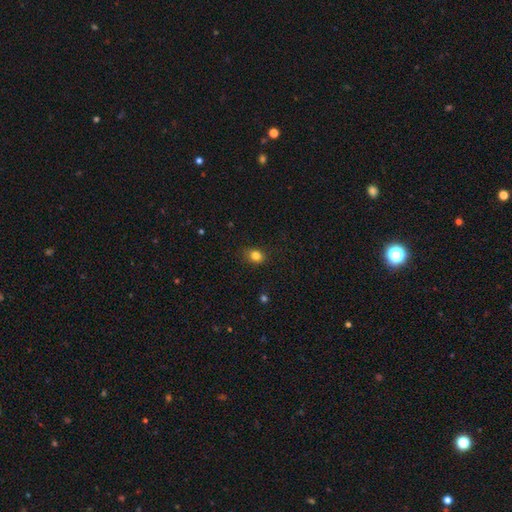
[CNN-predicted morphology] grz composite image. It shows a smooth galaxy with no disk features (82%) that is in between round and cigar-shaped (51%). Merging: none (83%).